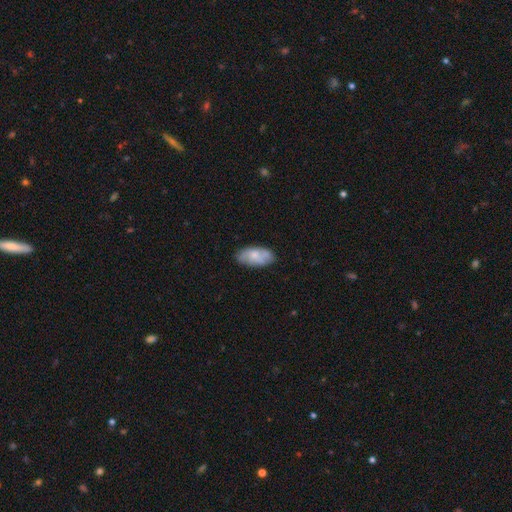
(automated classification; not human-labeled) Morphology: type=smooth (63%); roundness=in between (93%); merging=none (69%).